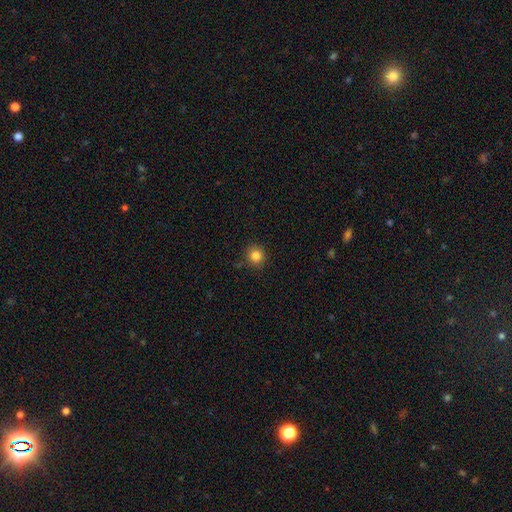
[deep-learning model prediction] Smooth or featured? smooth (84%)
How rounded? round (92%)
Merging? none (88%)